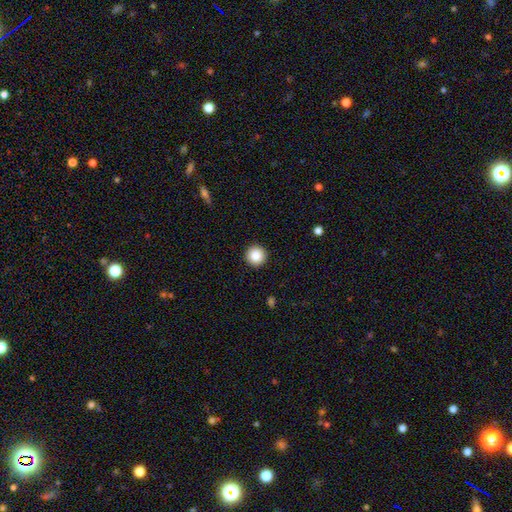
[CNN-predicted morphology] This is clearly a smooth galaxy (85%). How rounded: clearly round (96%). Merging: clearly none (93%).